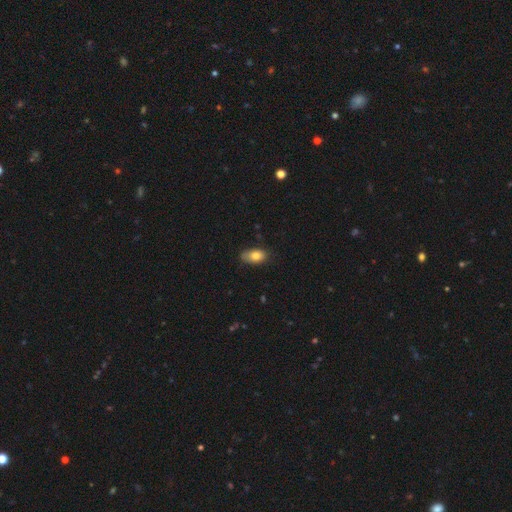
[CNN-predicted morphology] A smooth galaxy with no disk features (79%) that is in between round and cigar-shaped (89%).

Vote fractions:
- Smooth or featured? smooth: 79% / featured or disk: 13% / star or artifact: 8%
- How rounded? in between: 89% / round: 7% / cigar-shaped: 4%
- Merging? none: 72% / minor disturbance: 23% / major disturbance: 4% / merger: 1%